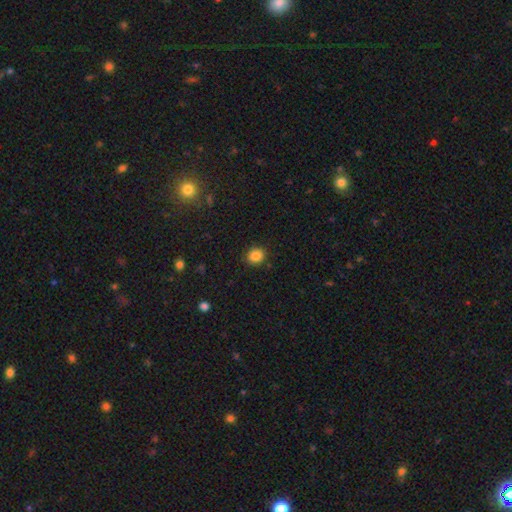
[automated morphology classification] Smooth or featured? smooth (86%)
How rounded? round (78%)
Merging? none (90%)